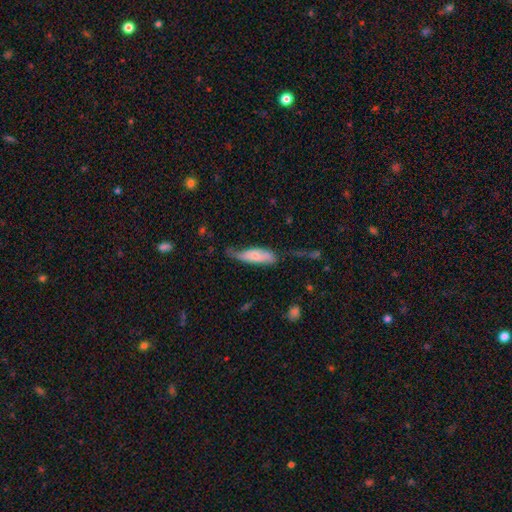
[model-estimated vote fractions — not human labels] smooth_or_featured: smooth (p=0.59) [alt: featured or disk p=0.34]
how_rounded: in between (p=0.62) [alt: cigar-shaped p=0.36]
merging: minor disturbance (p=0.38) [alt: none p=0.32]